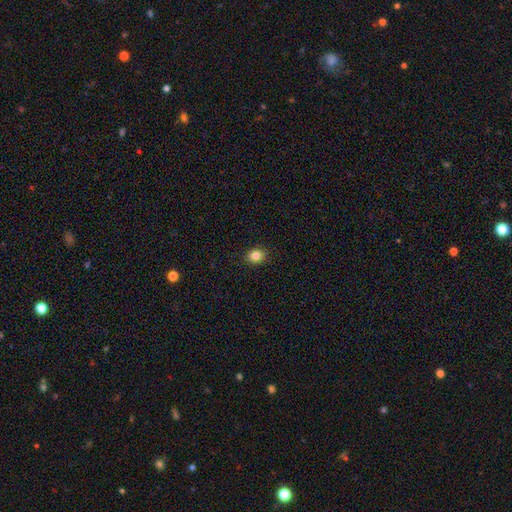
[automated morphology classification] A smooth galaxy with no disk features (83%) that is round (62%).

Vote fractions:
- Smooth or featured? smooth: 83% / star or artifact: 11% / featured or disk: 6%
- How rounded? round: 62% / in between: 37% / cigar-shaped: 1%
- Merging? none: 91% / minor disturbance: 7% / major disturbance: 2% / merger: 1%